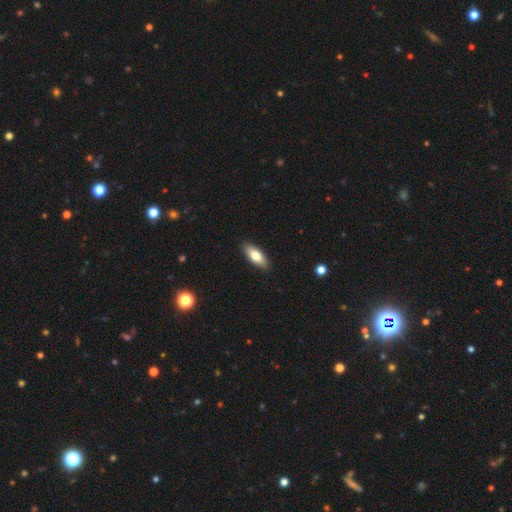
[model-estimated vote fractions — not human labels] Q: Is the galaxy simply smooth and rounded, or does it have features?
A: smooth — 73%.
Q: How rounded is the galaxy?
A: in between — 73%.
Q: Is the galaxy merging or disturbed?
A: none — 89%.